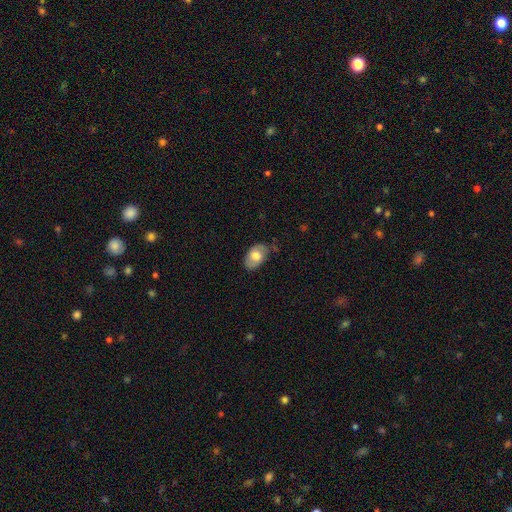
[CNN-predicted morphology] Q: Smooth or featured?
A: smooth (69%); runner-up: featured or disk (24%)
Q: How rounded?
A: in between (91%); runner-up: round (8%)
Q: Merging?
A: none (69%); runner-up: minor disturbance (24%)